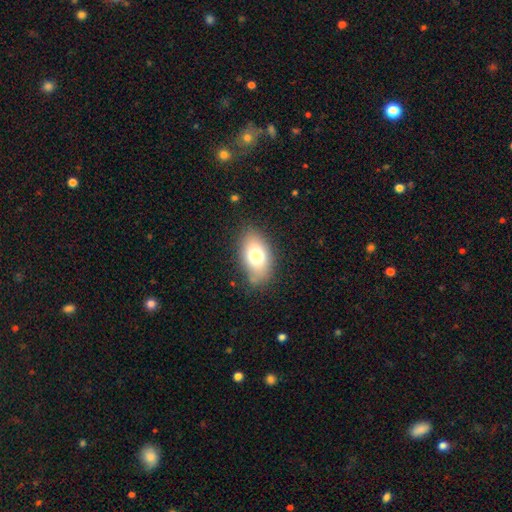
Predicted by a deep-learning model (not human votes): smooth-or-featured: smooth: 74% | featured or disk: 17% | star or artifact: 9%
  how-rounded: in between: 90% | round: 8% | cigar-shaped: 2%
  merging: none: 77% | minor disturbance: 16% | major disturbance: 5% | merger: 2%